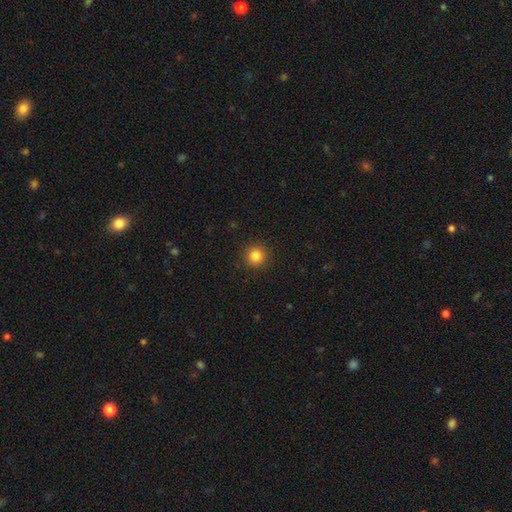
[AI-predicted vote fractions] smooth 84%, star or artifact 12%, featured or disk 4%. Down the decision tree: how rounded — round (94%); merging — none (92%).